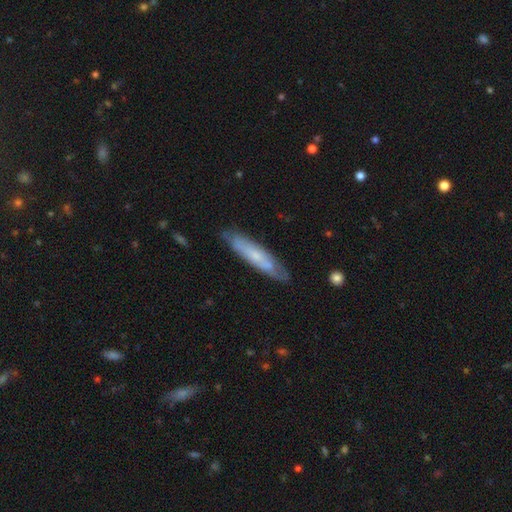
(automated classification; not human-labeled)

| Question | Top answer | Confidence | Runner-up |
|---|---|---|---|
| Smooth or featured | featured or disk | 47% | tied: smooth (47%) |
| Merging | none | 78% | minor disturbance (17%) |